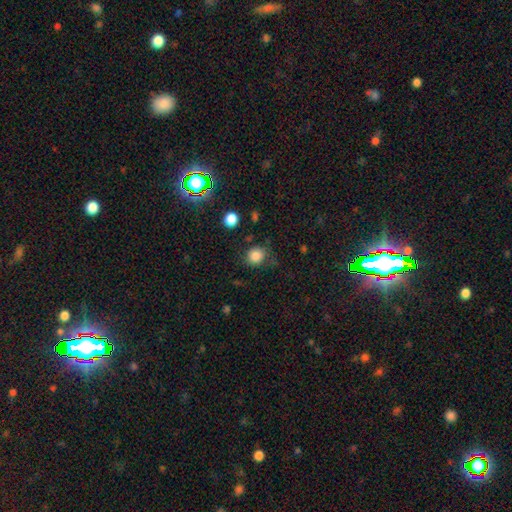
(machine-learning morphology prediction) smooth-or-featured: smooth: 84% | star or artifact: 11% | featured or disk: 5%
  how-rounded: round: 80% | in between: 19% | cigar-shaped: 1%
  merging: none: 75% | minor disturbance: 16% | major disturbance: 6% | merger: 3%